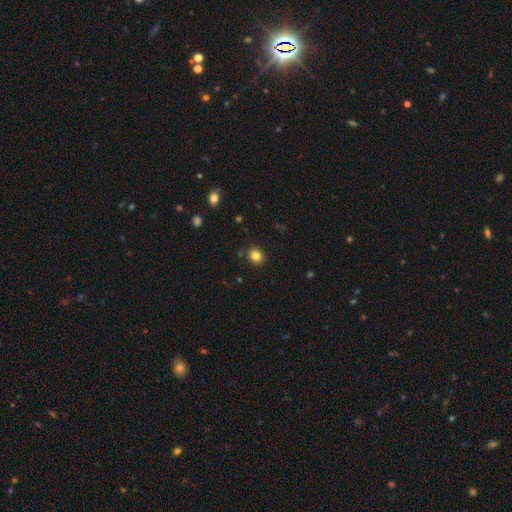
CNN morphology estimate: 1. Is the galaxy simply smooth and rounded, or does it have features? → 83% smooth, 12% star or artifact, 5% featured or disk.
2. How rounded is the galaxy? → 74% round, 25% in between, 1% cigar-shaped.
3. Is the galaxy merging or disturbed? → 88% none, 8% minor disturbance, 2% merger, 2% major disturbance.